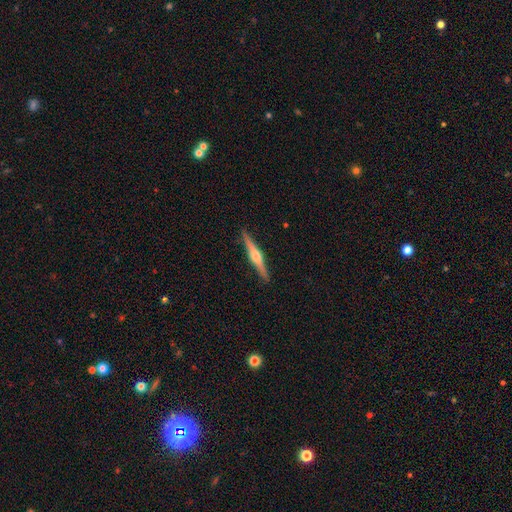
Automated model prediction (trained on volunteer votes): The model was most divided on "smooth or featured": featured or disk: 73%, smooth: 21%, star or artifact: 5%. More confident: edge-on disk — yes (98%); edge-on bulge — rounded (92%); merging — none (91%).